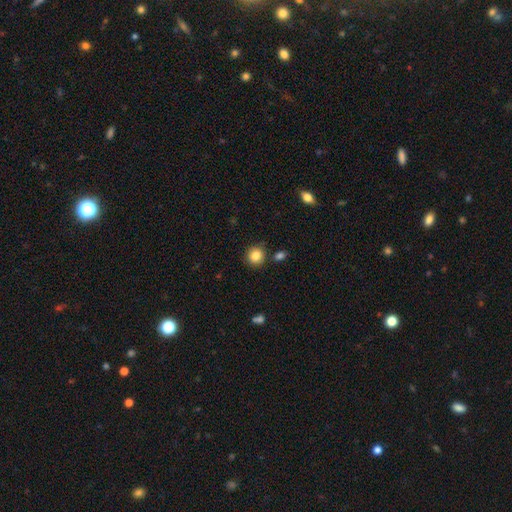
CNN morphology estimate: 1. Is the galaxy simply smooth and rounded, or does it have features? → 84% smooth, 10% star or artifact, 6% featured or disk.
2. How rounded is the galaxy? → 86% round, 13% in between, 1% cigar-shaped.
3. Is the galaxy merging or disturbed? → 85% none, 9% minor disturbance, 5% merger, 2% major disturbance.